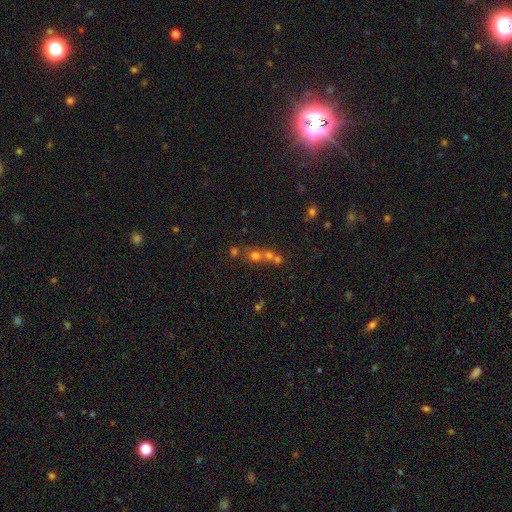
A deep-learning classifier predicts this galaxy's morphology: Overall: smooth (57%; star or artifact 25%). How rounded: round (83%). Merging: merger (48%; none 41%).